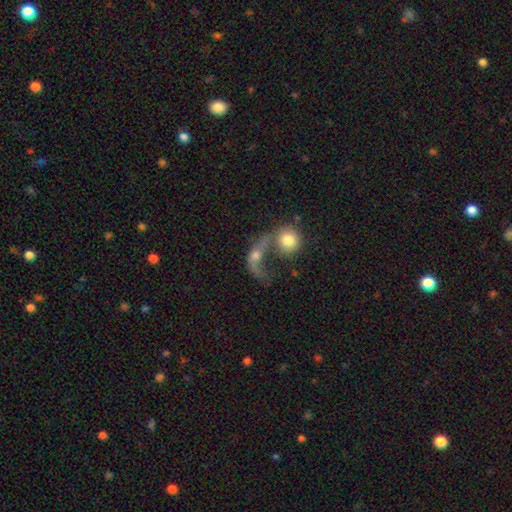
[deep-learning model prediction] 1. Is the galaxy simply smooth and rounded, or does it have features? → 48% smooth, 42% featured or disk, 10% star or artifact.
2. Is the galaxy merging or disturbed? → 51% merger, 27% major disturbance, 14% none, 8% minor disturbance.